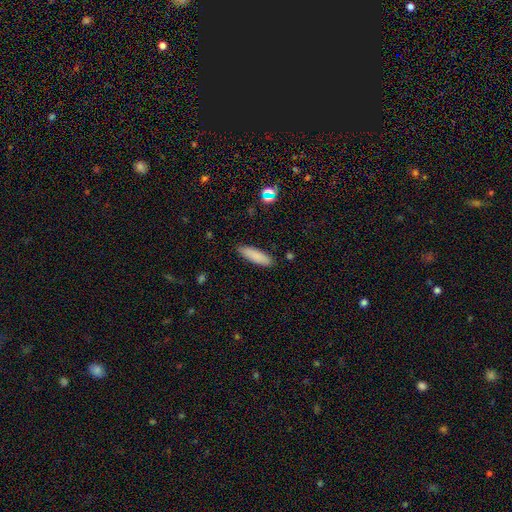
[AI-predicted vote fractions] This appears to be a smooth galaxy with no disk features (85%) that is cigar-shaped (61%). Merging: none (88%).